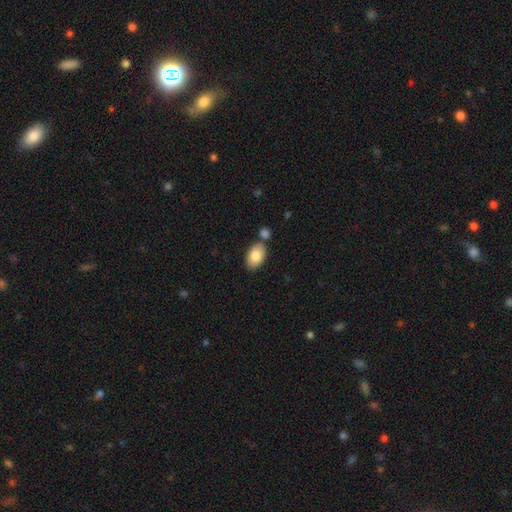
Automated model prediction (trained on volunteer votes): smooth-or-featured: smooth: 83% | featured or disk: 10% | star or artifact: 7%
  how-rounded: in between: 91% | round: 8% | cigar-shaped: 1%
  merging: none: 71% | merger: 14% | minor disturbance: 12% | major disturbance: 3%